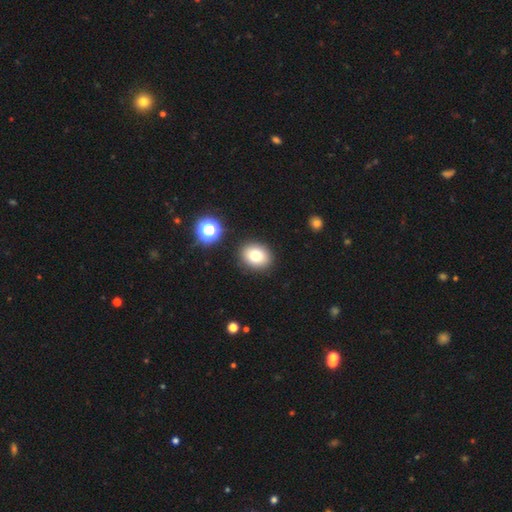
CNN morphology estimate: This appears to be a smooth galaxy with no disk features (78%) that is round (52%). Merging: none (89%).